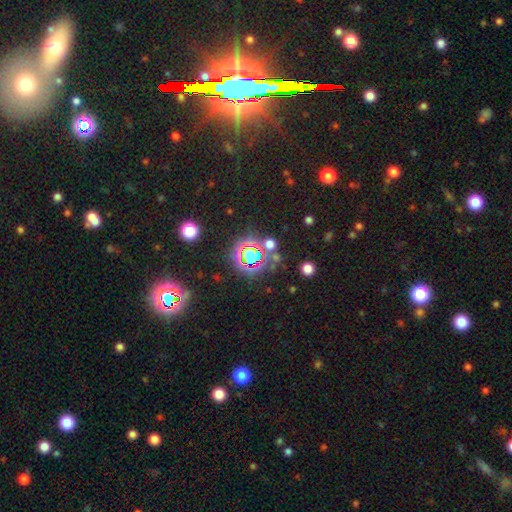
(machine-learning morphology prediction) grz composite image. It shows a star or artifact, not a galaxy (80%).